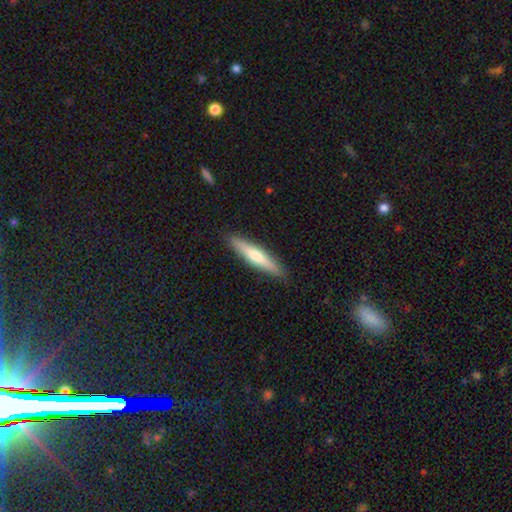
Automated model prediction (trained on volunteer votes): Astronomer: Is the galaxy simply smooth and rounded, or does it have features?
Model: smooth — 53% (runner-up: featured or disk, 42%).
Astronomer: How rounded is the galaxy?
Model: cigar-shaped — 90%.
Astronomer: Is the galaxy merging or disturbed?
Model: none — 90%.